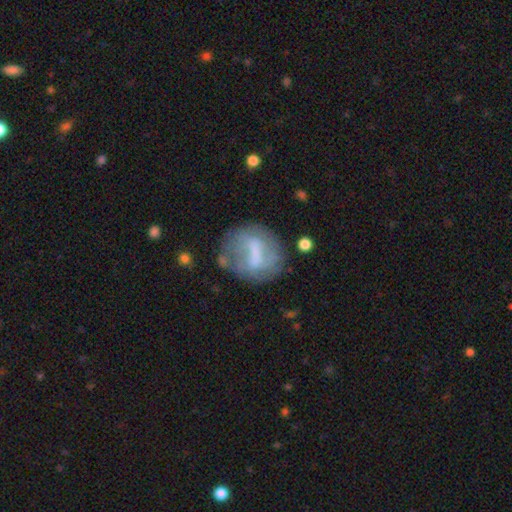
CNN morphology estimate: This is possibly a featured or disk galaxy (51%). It is clearly not viewed edge-on (96%). Merging: possibly none (53%).